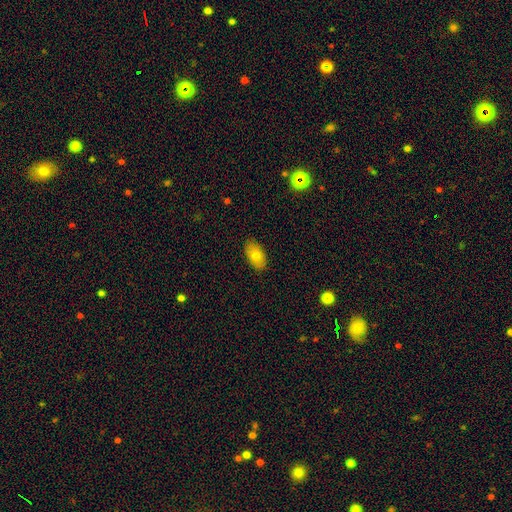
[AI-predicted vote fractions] smooth_or_featured: smooth (p=0.75) [alt: featured or disk p=0.17]
how_rounded: in between (p=0.93) [alt: round p=0.05]
merging: none (p=0.87) [alt: minor disturbance p=0.10]